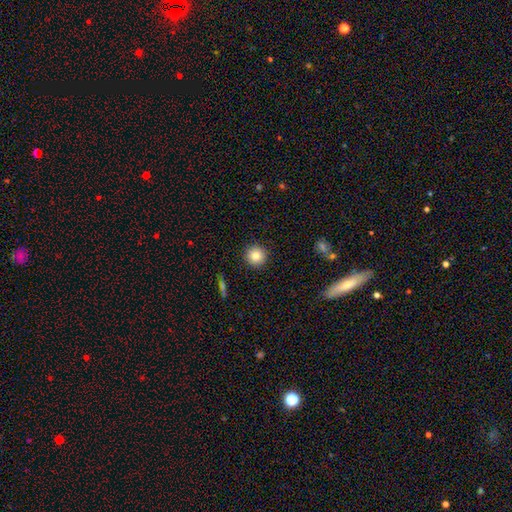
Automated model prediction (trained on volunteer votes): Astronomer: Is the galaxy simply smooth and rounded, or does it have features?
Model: smooth — 83%.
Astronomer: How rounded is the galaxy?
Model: round — 95%.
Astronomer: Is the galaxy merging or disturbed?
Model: none — 92%.